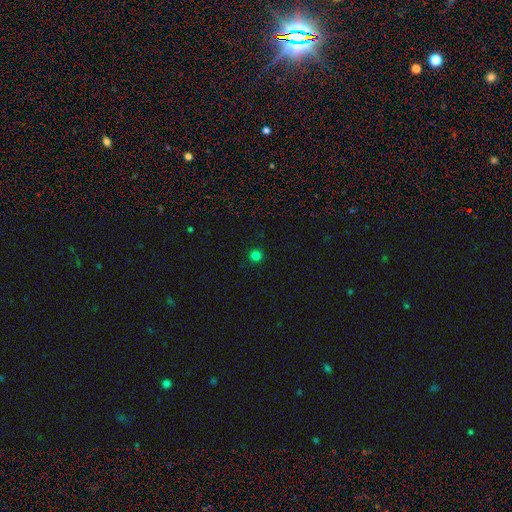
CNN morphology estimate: A smooth galaxy with no disk features (80%) that is round (96%). Merging: none (93%).